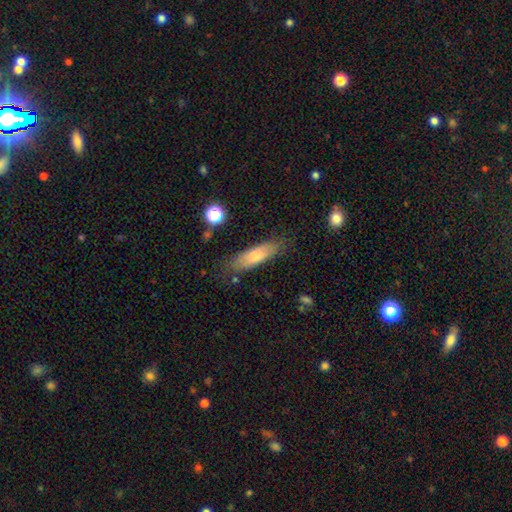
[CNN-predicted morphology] Smooth or featured?
  - smooth: 70% *
  - featured or disk: 23%
  - star or artifact: 7%
How rounded?
  - cigar-shaped: 60% *
  - in between: 38%
  - round: 2%
Merging?
  - none: 79% *
  - minor disturbance: 15%
  - major disturbance: 4%
  - merger: 2%